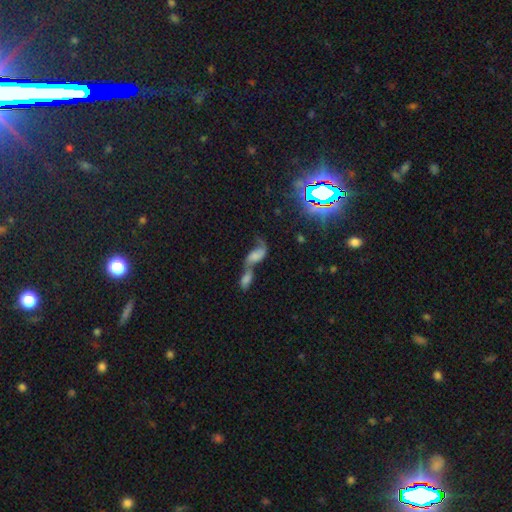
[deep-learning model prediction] A featured or disk galaxy (45%).

Vote fractions:
- Smooth or featured? featured or disk: 45% / smooth: 40% / star or artifact: 15%
- Merging? merger: 76% / none: 11% / major disturbance: 8% / minor disturbance: 5%